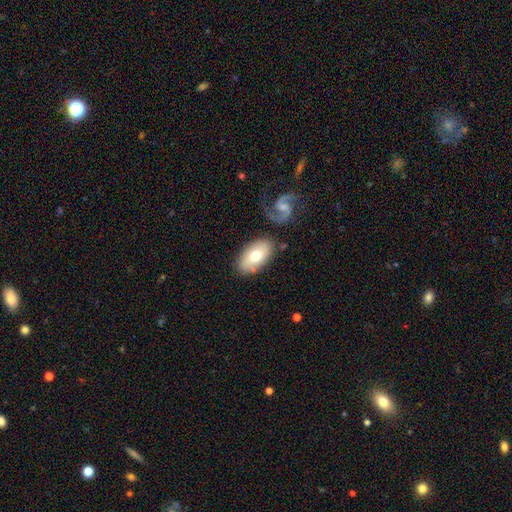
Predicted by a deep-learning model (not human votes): Morphology: type=smooth (62%); roundness=in between (92%); merging=none (74%).